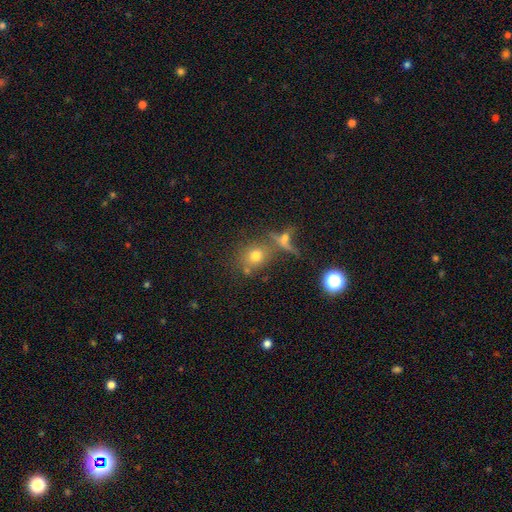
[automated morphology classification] This is likely a smooth galaxy (67%). How rounded: likely round (72%). Merging: likely none (62%).